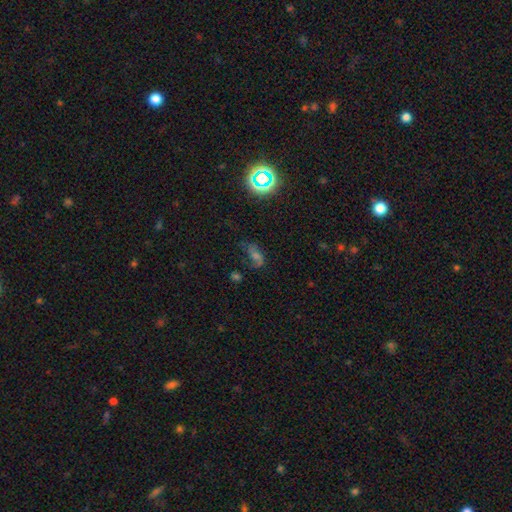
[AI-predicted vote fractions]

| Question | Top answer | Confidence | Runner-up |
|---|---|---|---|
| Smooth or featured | featured or disk | 35% | smooth (34%) |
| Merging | none | 55% | minor disturbance (24%) |